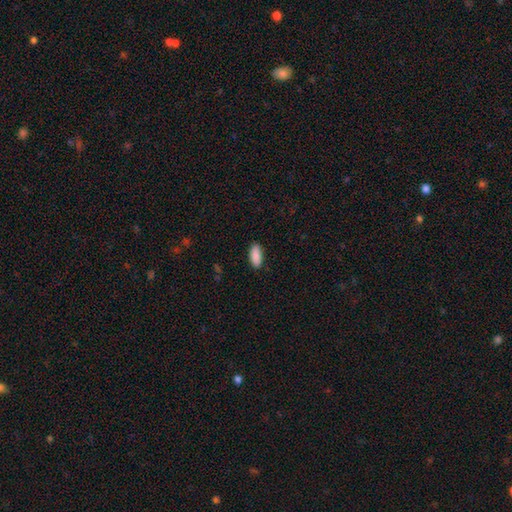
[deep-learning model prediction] smooth-or-featured: smooth: 90% | star or artifact: 6% | featured or disk: 4%
  how-rounded: in between: 84% | cigar-shaped: 14% | round: 2%
  merging: none: 89% | minor disturbance: 8% | major disturbance: 2% | merger: 1%